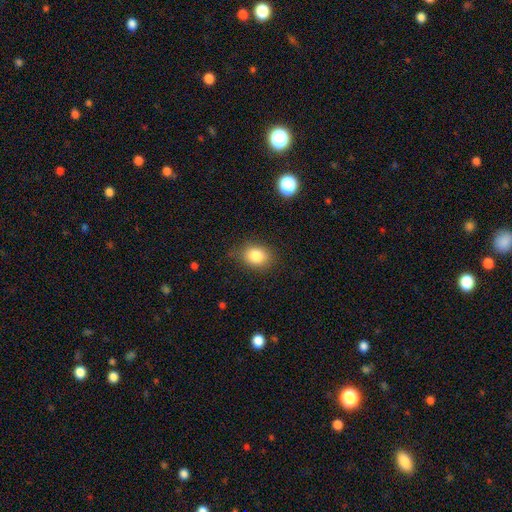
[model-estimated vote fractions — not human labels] Morphology: type=smooth (83%); roundness=in between (54%); merging=none (78%).